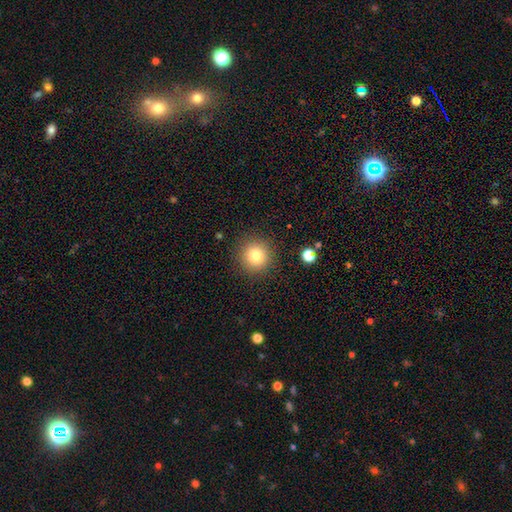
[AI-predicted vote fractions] Smooth or featured?
  - smooth: 80% *
  - star or artifact: 12%
  - featured or disk: 8%
How rounded?
  - round: 94% *
  - in between: 5%
  - cigar-shaped: 1%
Merging?
  - none: 89% *
  - minor disturbance: 7%
  - major disturbance: 3%
  - merger: 1%